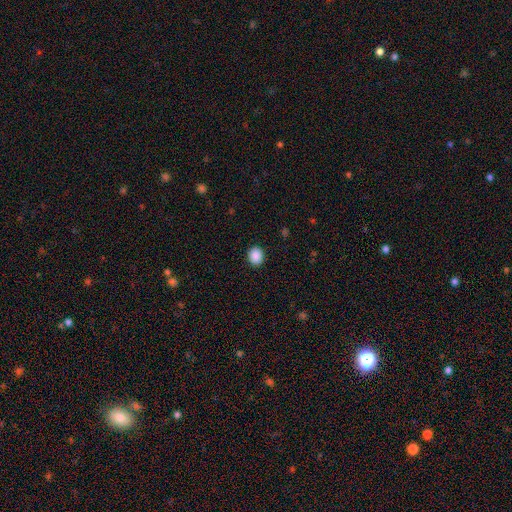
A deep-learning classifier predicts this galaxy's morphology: A smooth galaxy with no disk features (89%) that is round (62%). Merging: none (91%).